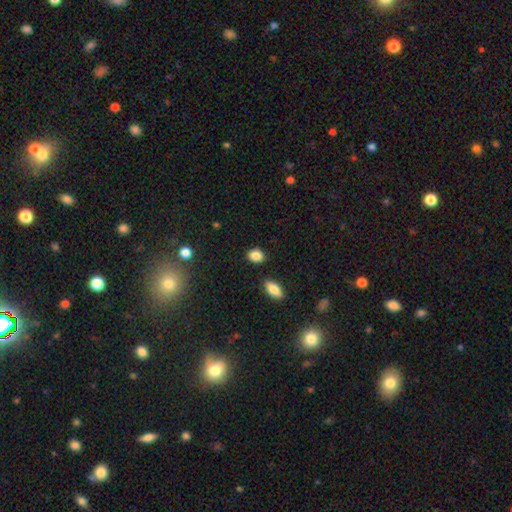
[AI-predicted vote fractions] Smooth or featured? Predicted: smooth (p=0.87). How rounded? Predicted: in between (p=0.52). Merging? Predicted: none (p=0.83).